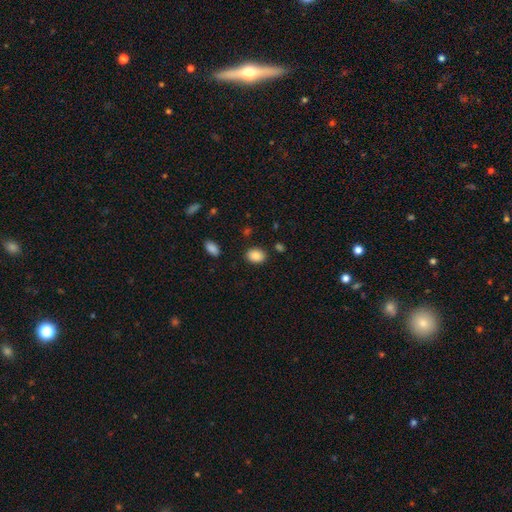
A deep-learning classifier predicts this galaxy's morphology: This appears to be a smooth galaxy with no disk features (88%) that is in between round and cigar-shaped (71%). Merging: none (85%).